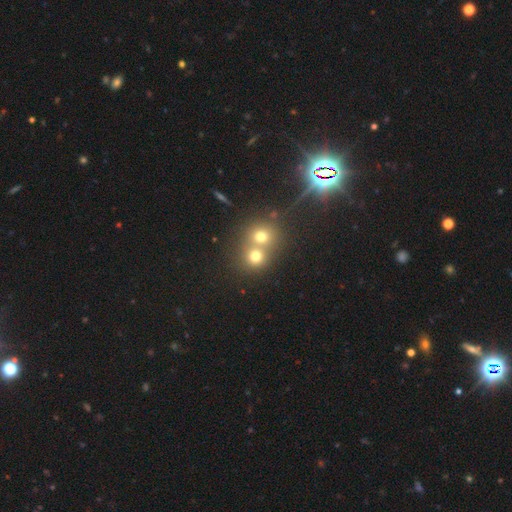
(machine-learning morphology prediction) Q: Smooth or featured?
A: smooth (65%); runner-up: star or artifact (21%)
Q: How rounded?
A: round (83%); runner-up: in between (15%)
Q: Merging?
A: merger (53%); runner-up: none (40%)